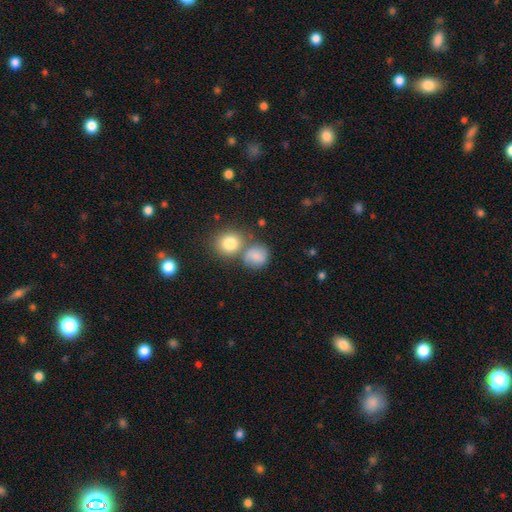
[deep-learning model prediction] Morphology: type=smooth (78%); roundness=round (79%); merging=none (53%).